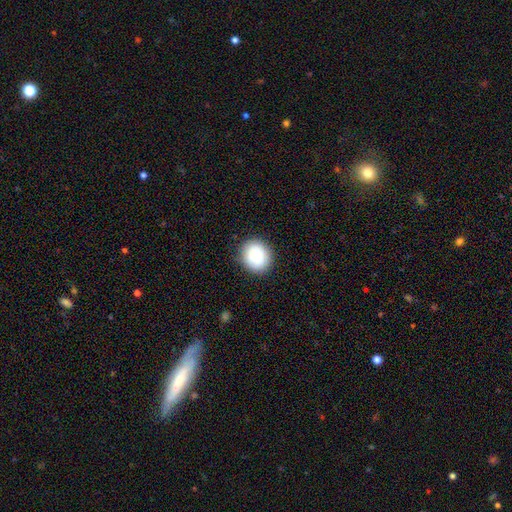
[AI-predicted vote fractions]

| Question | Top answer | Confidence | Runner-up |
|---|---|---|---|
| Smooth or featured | smooth | 81% | featured or disk (11%) |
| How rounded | round | 81% | in between (19%) |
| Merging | none | 86% | minor disturbance (10%) |